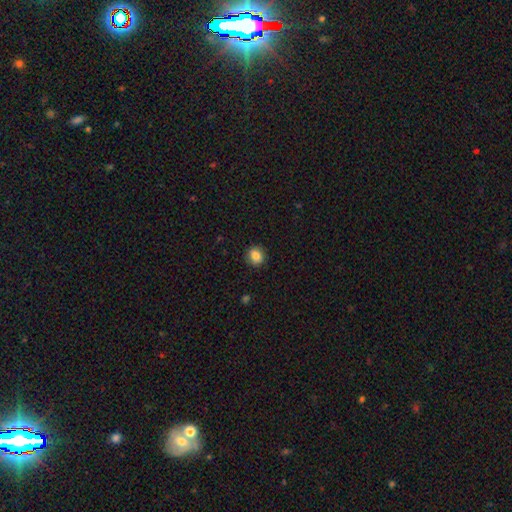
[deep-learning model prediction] smooth_or_featured: smooth (p=0.84) [alt: star or artifact p=0.10]
how_rounded: round (p=0.77) [alt: in between p=0.22]
merging: none (p=0.90) [alt: minor disturbance p=0.07]